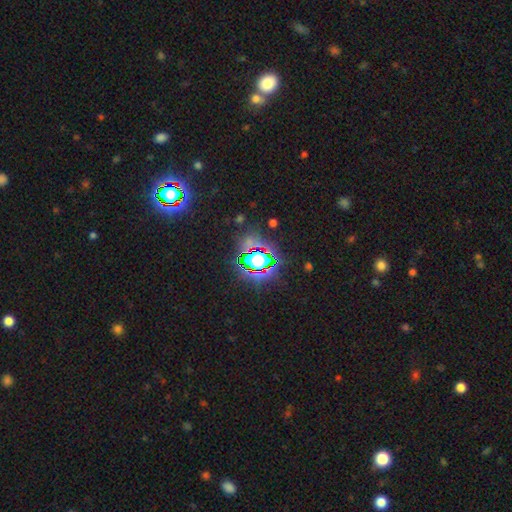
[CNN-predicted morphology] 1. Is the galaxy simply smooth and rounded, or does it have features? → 79% star or artifact, 13% smooth, 8% featured or disk.